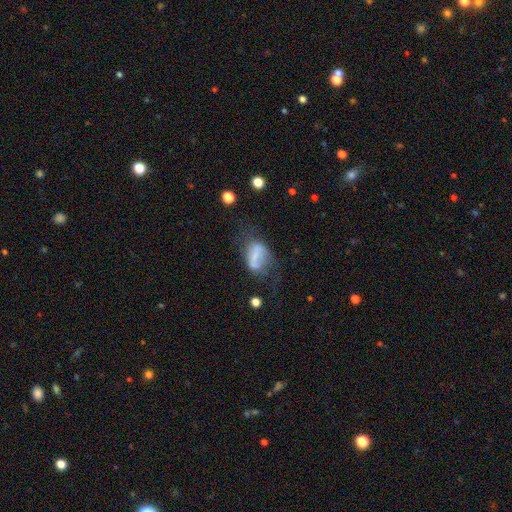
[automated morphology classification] A smooth galaxy with no disk features (53%) that is in between round and cigar-shaped (79%).

Vote fractions:
- Smooth or featured? smooth: 53% / featured or disk: 37% / star or artifact: 10%
- How rounded? in between: 79% / round: 17% / cigar-shaped: 4%
- Merging? major disturbance: 33% / none: 32% / minor disturbance: 27% / merger: 8%